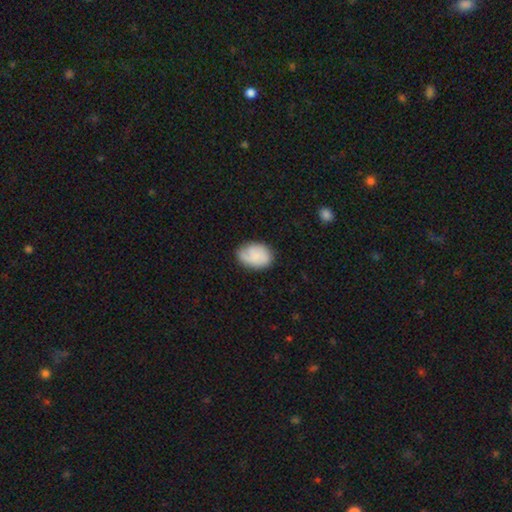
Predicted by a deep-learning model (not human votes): This is likely a smooth galaxy (75%). How rounded: likely in between (78%). Merging: likely none (70%).